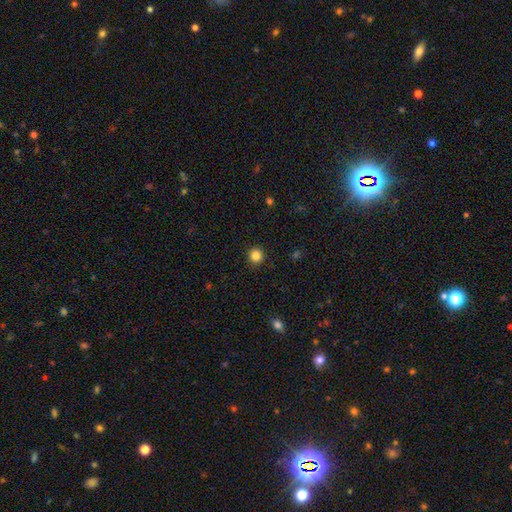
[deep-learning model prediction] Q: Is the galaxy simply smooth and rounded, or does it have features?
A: smooth — 85%.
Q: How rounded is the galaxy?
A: round — 95%.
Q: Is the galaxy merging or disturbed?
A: none — 93%.